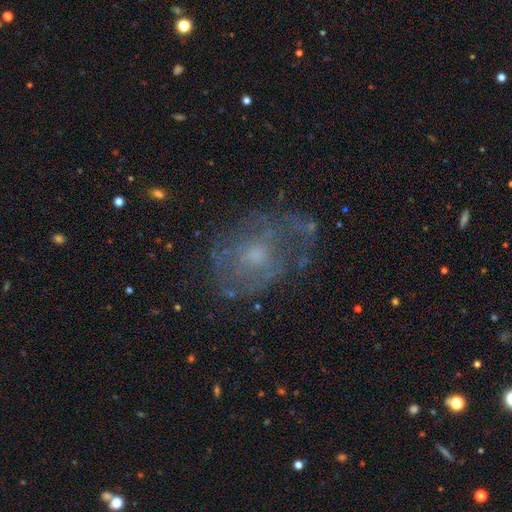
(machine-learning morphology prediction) This is possibly a featured or disk galaxy (59%). It is clearly not viewed edge-on (96%). Bar: clearly no (82%). Spiral arm pattern: possibly no (52%). Central bulge: possibly small (46%). Merging: possibly none (59%).